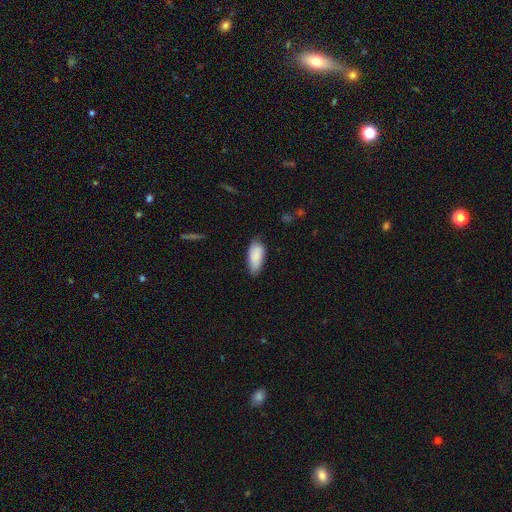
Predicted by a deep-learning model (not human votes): Smooth or featured? smooth (85%)
How rounded? in between (87%)
Merging? none (65%)